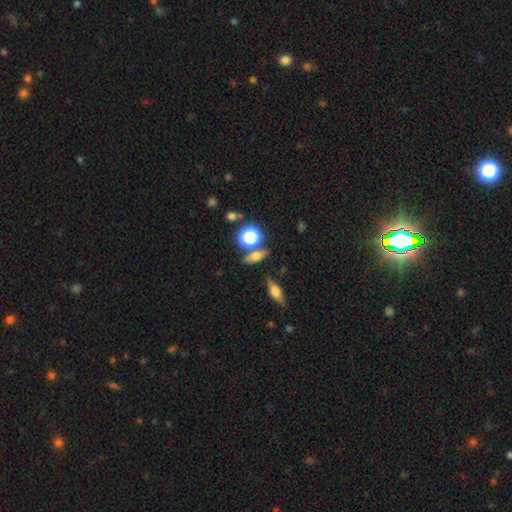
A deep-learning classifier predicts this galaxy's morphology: Overall: smooth (57%; star or artifact 23%). How rounded: in between (42%; round 41%). Merging: none (75%).